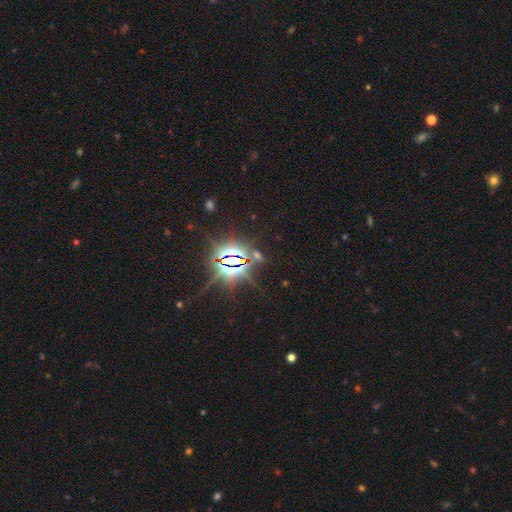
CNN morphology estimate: type=star or artifact (85%).